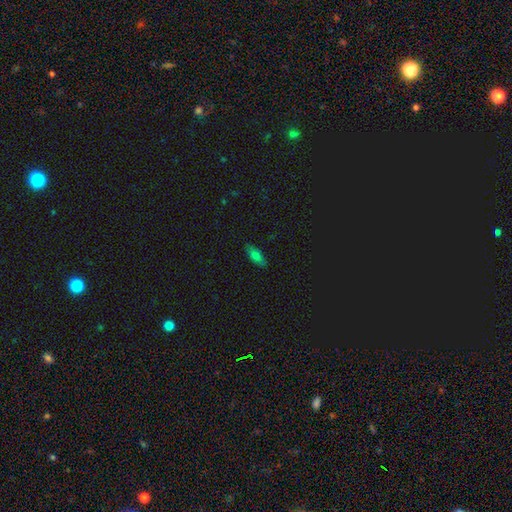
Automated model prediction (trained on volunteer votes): This appears to be a smooth galaxy with no disk features (70%) that is in between round and cigar-shaped (70%). Merging: none (87%).